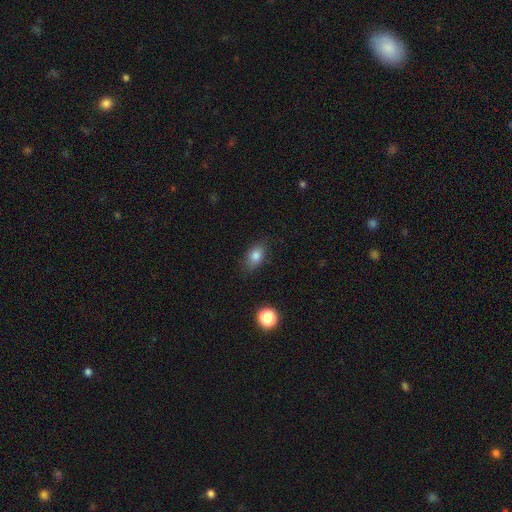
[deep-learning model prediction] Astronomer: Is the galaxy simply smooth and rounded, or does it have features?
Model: smooth — 81%.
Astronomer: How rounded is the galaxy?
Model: in between — 79%.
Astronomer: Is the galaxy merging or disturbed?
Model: none — 81%.